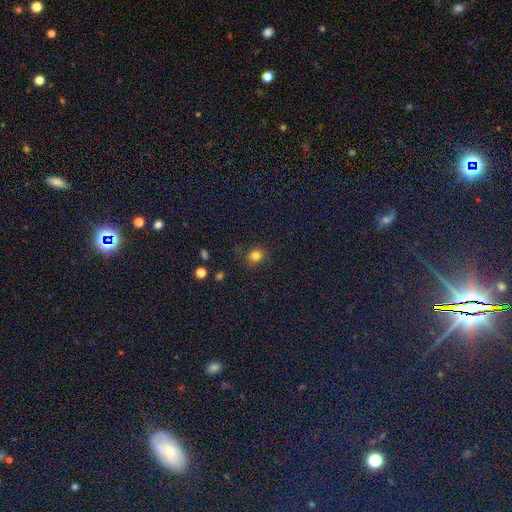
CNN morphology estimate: Smooth or featured? Predicted: smooth (p=0.80). How rounded? Predicted: round (p=0.76). Merging? Predicted: none (p=0.83).